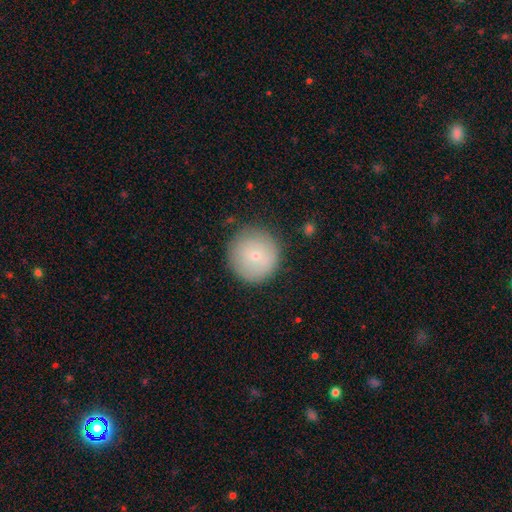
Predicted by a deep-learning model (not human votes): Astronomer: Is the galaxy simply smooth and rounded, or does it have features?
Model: smooth — 70%.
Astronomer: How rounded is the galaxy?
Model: round — 95%.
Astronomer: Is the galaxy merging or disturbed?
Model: none — 84%.